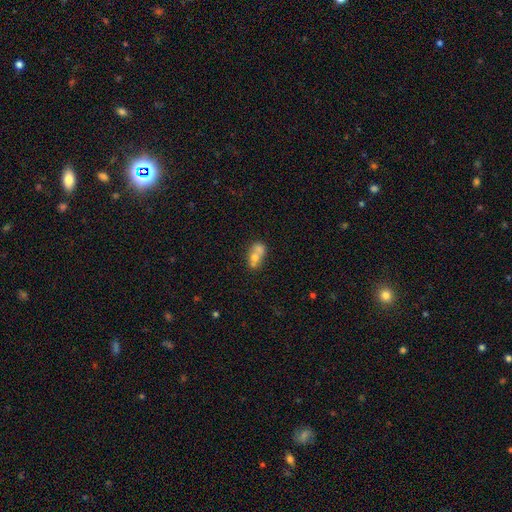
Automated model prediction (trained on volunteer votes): Overall: smooth (62%; featured or disk 28%). How rounded: in between (64%; round 32%). Merging: merger (61%; none 25%).